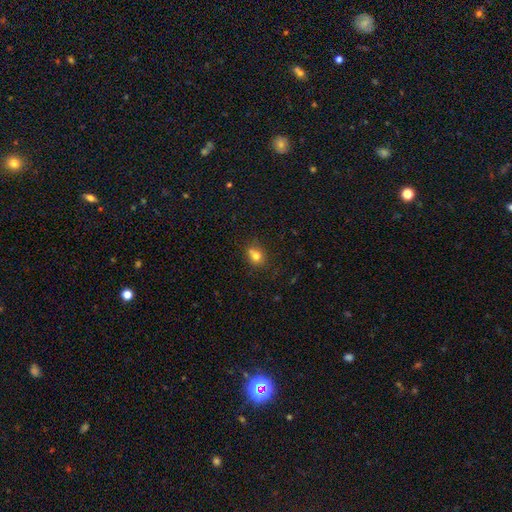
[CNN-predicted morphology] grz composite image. It shows a smooth galaxy with no disk features (75%) that is round (60%). Merging: none (57%).